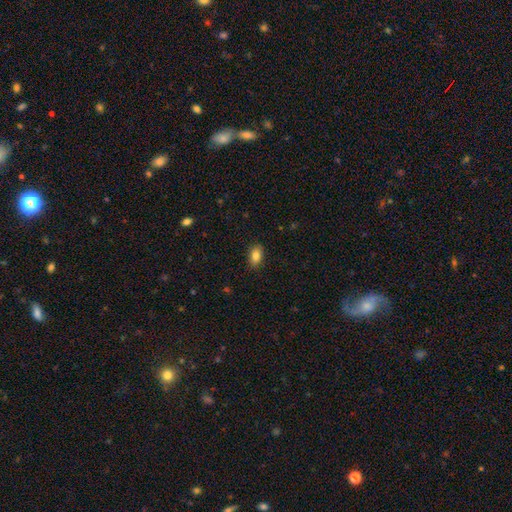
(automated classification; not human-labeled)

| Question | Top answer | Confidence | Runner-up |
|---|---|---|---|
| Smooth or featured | smooth | 85% | star or artifact (8%) |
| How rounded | in between | 89% | round (8%) |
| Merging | none | 88% | minor disturbance (9%) |